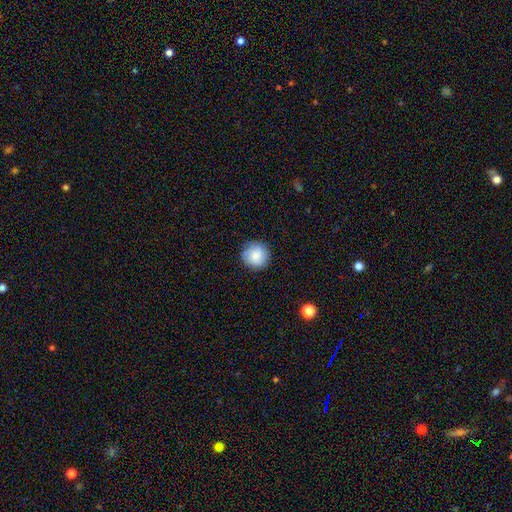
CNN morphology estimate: A smooth galaxy with no disk features (83%) that is round (92%). Merging: none (87%).